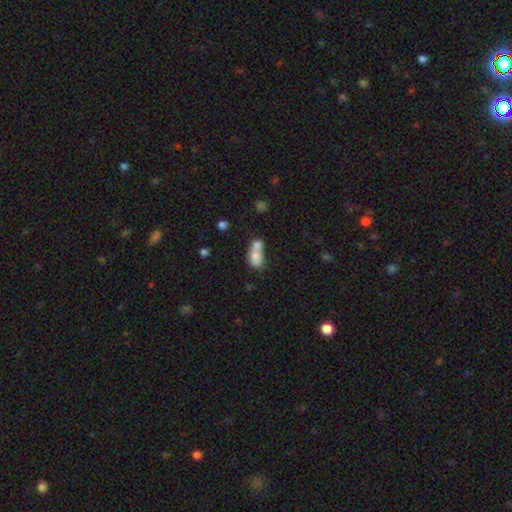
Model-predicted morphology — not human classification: Smooth or featured?
  - smooth: 72% *
  - featured or disk: 18%
  - star or artifact: 9%
How rounded?
  - in between: 70% *
  - round: 25%
  - cigar-shaped: 4%
Merging?
  - merger: 72% *
  - none: 17%
  - minor disturbance: 7%
  - major disturbance: 4%